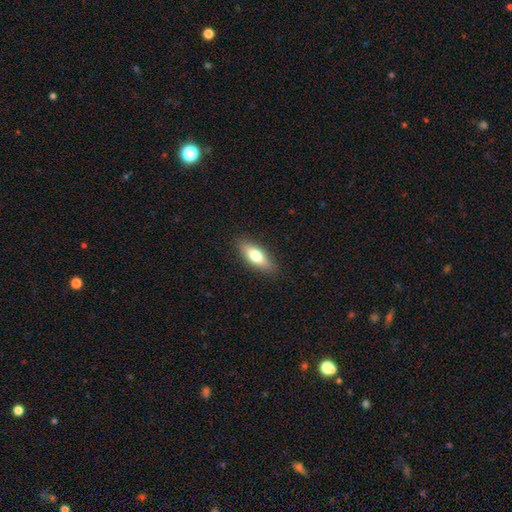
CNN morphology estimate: type=smooth (67%); roundness=in between (63%); merging=none (87%).